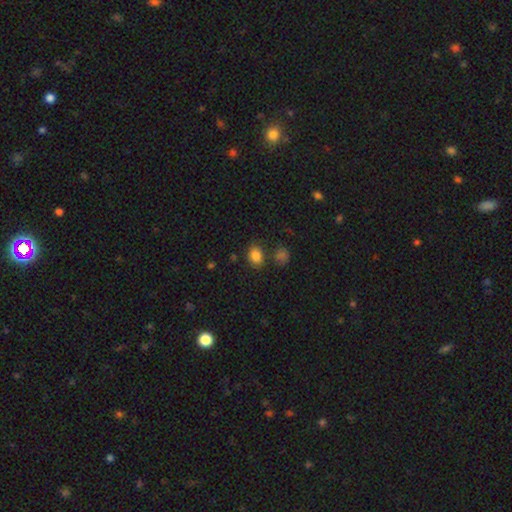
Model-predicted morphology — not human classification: smooth-or-featured: smooth: 83% | star or artifact: 11% | featured or disk: 5%
  how-rounded: in between: 57% | round: 42% | cigar-shaped: 1%
  merging: none: 75% | minor disturbance: 14% | merger: 8% | major disturbance: 4%